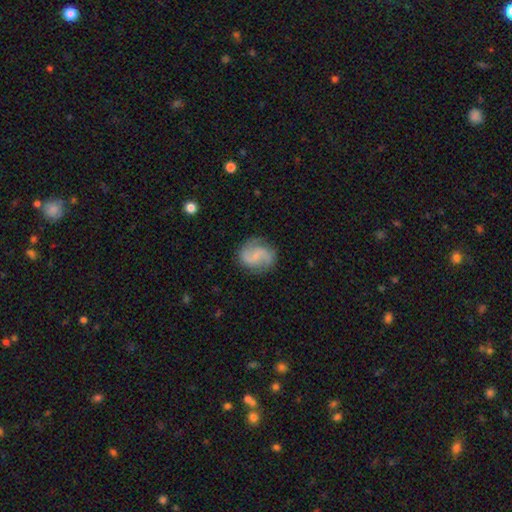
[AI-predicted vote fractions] The model was most divided on "spiral winding": medium: 44%, loose: 42%, tight: 14%. Remaining: edge-on disk — no (98%); spiral arms — yes (96%); spiral arm count — 2 (91%); merging — none (81%); smooth or featured — featured or disk (77%); bulge size — small (47%); bar — weak (45%).